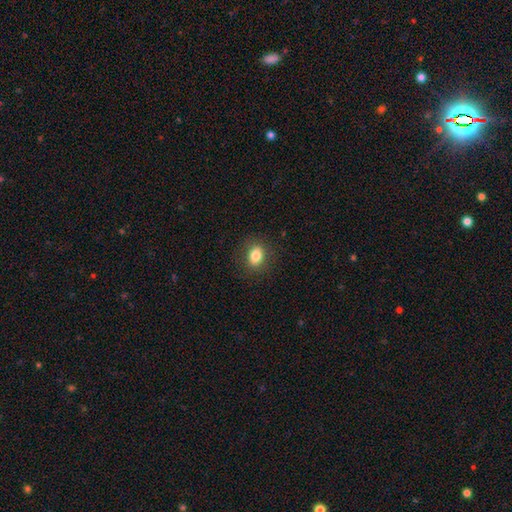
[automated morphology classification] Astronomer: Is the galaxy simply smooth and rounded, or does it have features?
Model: smooth — 82%.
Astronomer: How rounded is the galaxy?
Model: in between — 62%.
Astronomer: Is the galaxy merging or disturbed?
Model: none — 87%.